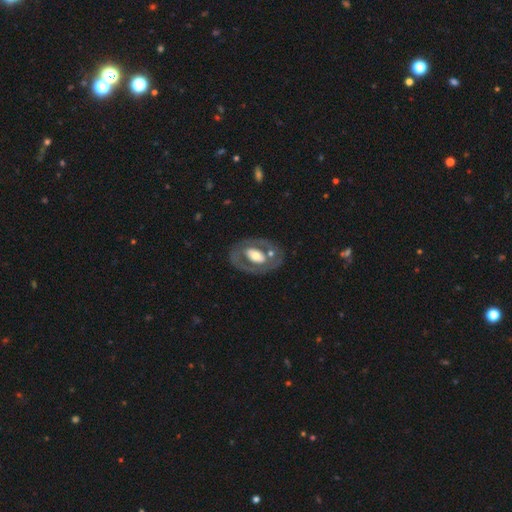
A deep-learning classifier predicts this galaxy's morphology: Smooth or featured?
  - featured or disk: 63% *
  - smooth: 31%
  - star or artifact: 5%
Edge-on disk?
  - no: 92% *
  - yes: 8%
Bar?
  - no: 64% *
  - weak: 21%
  - strong: 16%
Spiral arms?
  - no: 78% *
  - yes: 22%
Bulge size?
  - moderate: 54% *
  - large: 30%
  - small: 11%
  - dominant: 3%
  - none: 2%
Merging?
  - none: 69% *
  - minor disturbance: 16%
  - major disturbance: 10%
  - merger: 6%